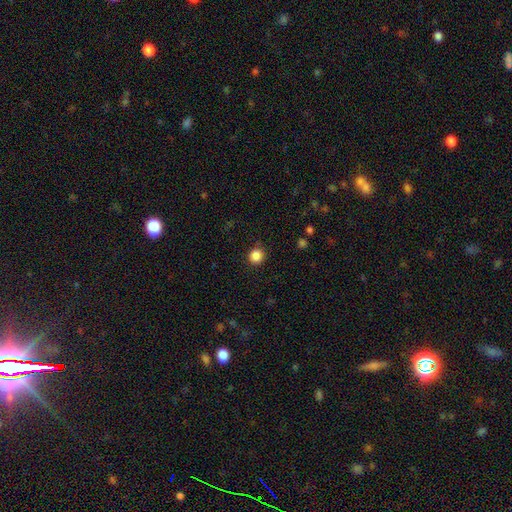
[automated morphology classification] Overall: smooth (86%). How rounded: round (92%). Merging: none (89%).